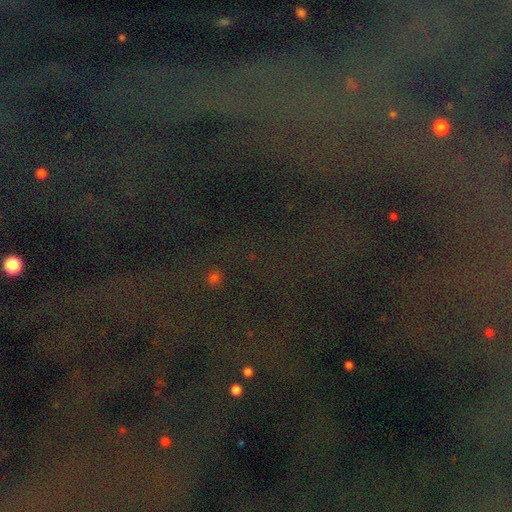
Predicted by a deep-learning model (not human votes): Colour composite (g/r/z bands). It shows a star or artifact, not a galaxy (82%).